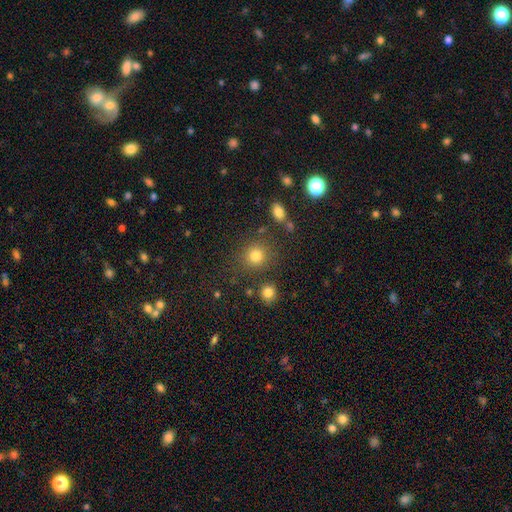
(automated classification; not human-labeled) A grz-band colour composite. It shows a smooth galaxy with no disk features (81%) that is round (88%). Merging: none (80%).